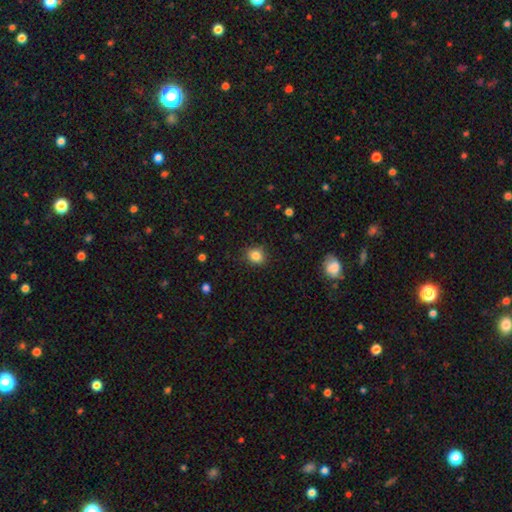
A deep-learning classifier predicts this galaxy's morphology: This is clearly a smooth galaxy (85%). How rounded: likely round (72%). Merging: clearly none (85%).